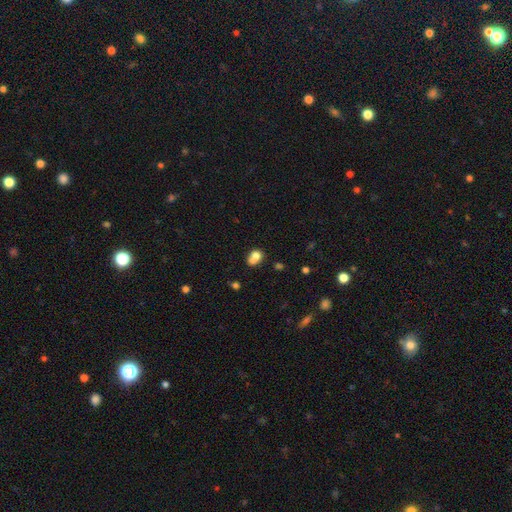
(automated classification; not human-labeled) Q: Smooth or featured?
A: smooth (74%); runner-up: featured or disk (15%)
Q: How rounded?
A: round (58%); runner-up: in between (41%)
Q: Merging?
A: merger (41%); runner-up: none (35%)